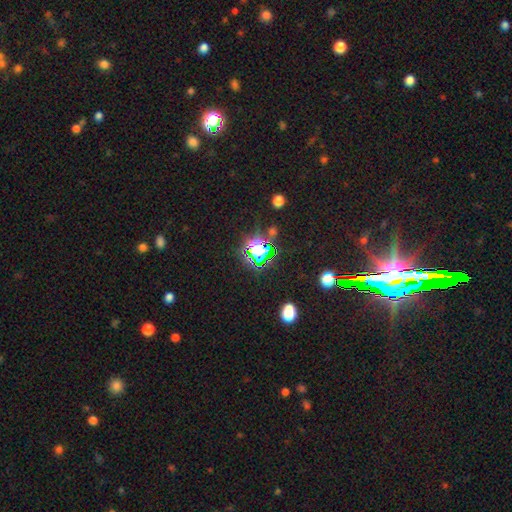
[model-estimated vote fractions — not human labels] Smooth or featured: star or artifact — 72% (smooth — 20%)